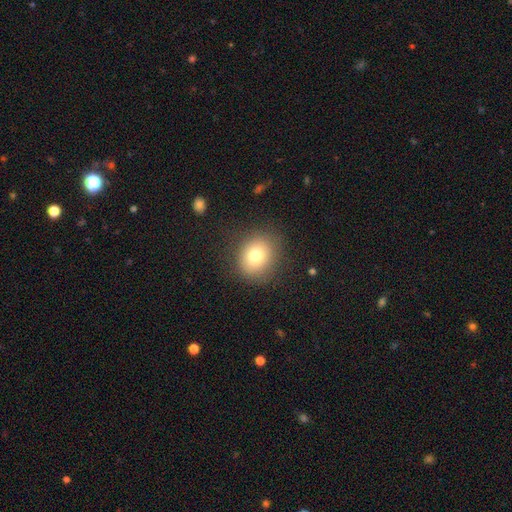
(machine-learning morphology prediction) A smooth galaxy with no disk features (77%) that is round (71%). Merging: none (84%).